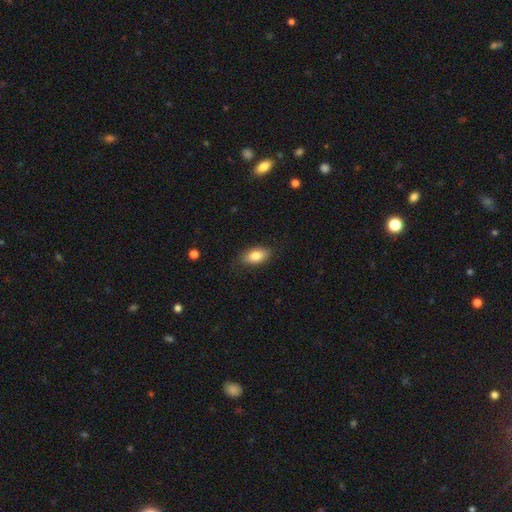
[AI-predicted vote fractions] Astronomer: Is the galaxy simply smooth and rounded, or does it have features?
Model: smooth — 83%.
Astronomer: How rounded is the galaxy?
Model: in between — 90%.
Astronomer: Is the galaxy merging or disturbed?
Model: none — 83%.